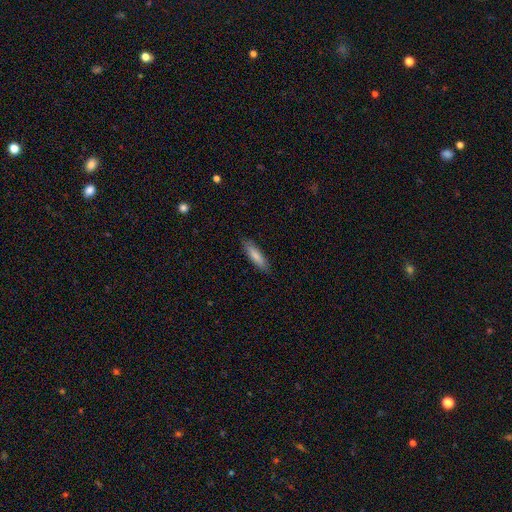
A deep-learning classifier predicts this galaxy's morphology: The model was most divided on "how rounded": cigar-shaped: 68%, in between: 31%, round: 1%. More confident: merging — none (85%); smooth or featured — smooth (81%).